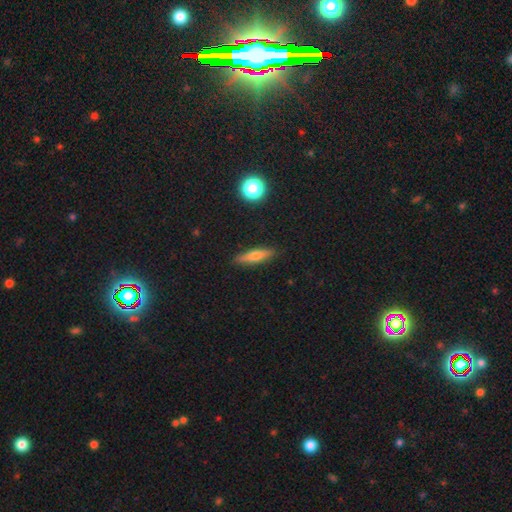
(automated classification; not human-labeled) A smooth galaxy with no disk features (62%) that is cigar-shaped (73%). Merging: none (88%).